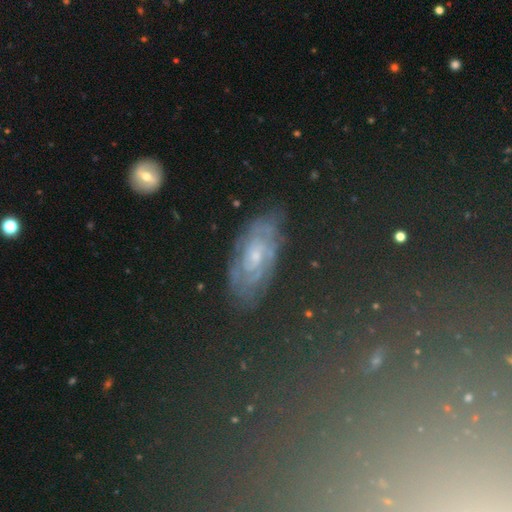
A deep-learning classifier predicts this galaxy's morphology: The model was most divided on "bulge size": small: 62%, moderate: 30%, none: 3%, large: 2%, dominant: 2%. More confident: edge-on disk — no (91%); spiral arms — yes (86%); merging — none (76%); bar — no (64%); smooth or featured — featured or disk (63%).